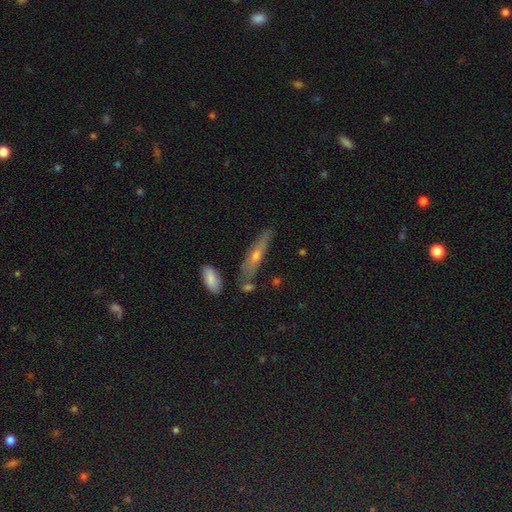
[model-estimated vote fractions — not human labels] Smooth or featured: featured or disk — 46% (tied with smooth — 46%)
Merging: none — 72% (minor disturbance — 17%)